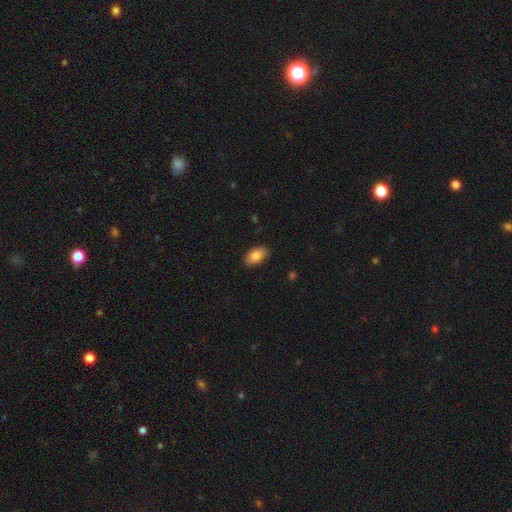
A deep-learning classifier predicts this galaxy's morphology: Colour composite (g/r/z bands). It shows a smooth galaxy with no disk features (84%) that is in between round and cigar-shaped (93%). Merging: none (86%).